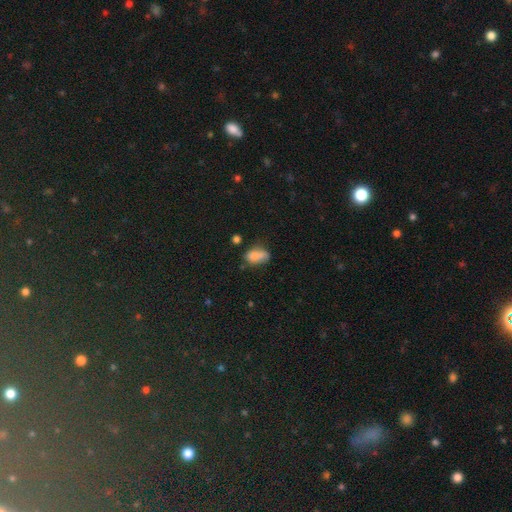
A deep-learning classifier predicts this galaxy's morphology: Smooth or featured? smooth (75%)
How rounded? in between (84%)
Merging? none (41%)